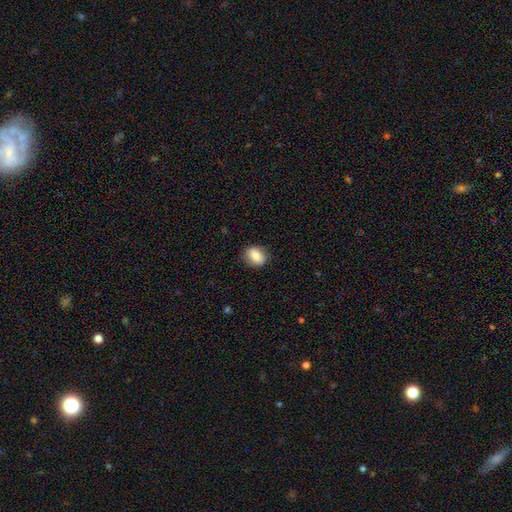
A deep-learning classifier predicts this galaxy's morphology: Smooth or featured? smooth (83%)
How rounded? in between (64%)
Merging? none (84%)